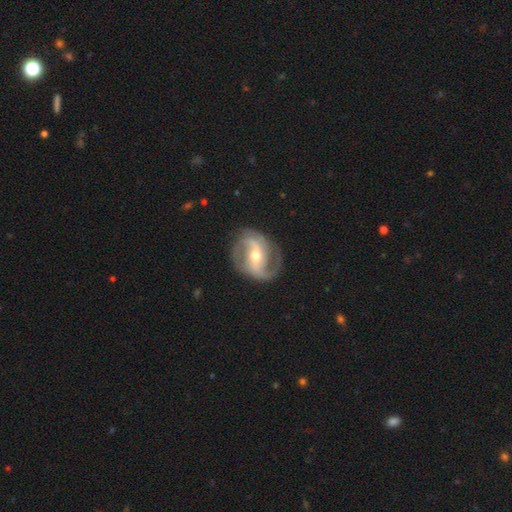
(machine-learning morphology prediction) A featured or disk galaxy (89%) with a strong bar (38%), 2 (84%) medium (51%) spiral arms (97%) and a moderate central bulge (57%).

Vote fractions:
- Smooth or featured? featured or disk: 89% / smooth: 6% / star or artifact: 5%
- Edge-on disk? no: 97% / yes: 3%
- Bar? strong: 38% / weak: 37% / no: 25%
- Spiral arms? yes: 97% / no: 3%
- Spiral winding? medium: 51% / loose: 29% / tight: 20%
- Spiral arm count? 2: 84% / 3: 7% / can't tell: 4% / 1: 2% / 4: 2% / more than 4: 2%
- Bulge size? moderate: 57% / small: 39% / large: 2% / none: 1% / dominant: 1%
- Merging? none: 81% / minor disturbance: 13% / major disturbance: 5% / merger: 1%